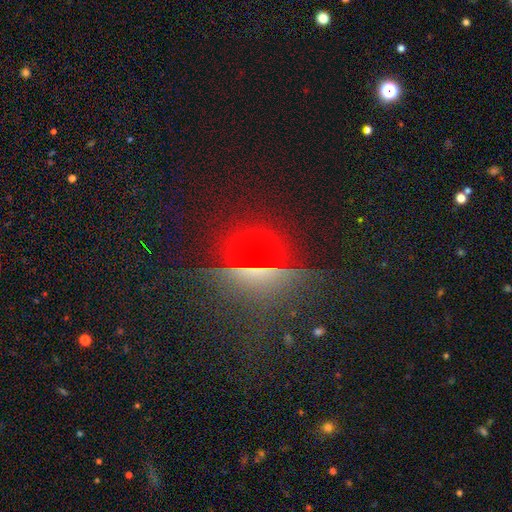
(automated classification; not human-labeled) smooth-or-featured: star or artifact: 54% | smooth: 35% | featured or disk: 11%